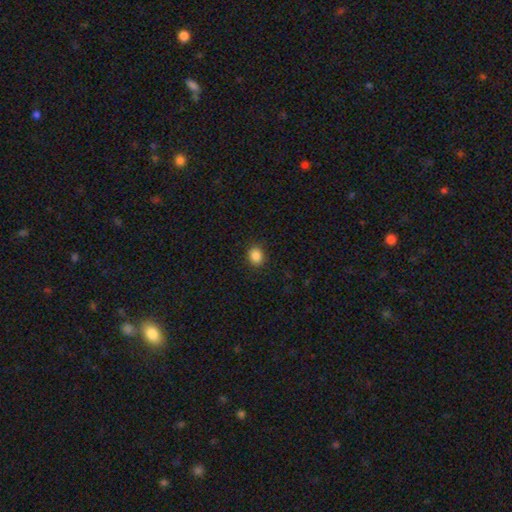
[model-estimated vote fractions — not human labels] A smooth galaxy with no disk features (87%) that is round (57%).

Vote fractions:
- Smooth or featured? smooth: 87% / star or artifact: 10% / featured or disk: 3%
- How rounded? round: 57% / in between: 42% / cigar-shaped: 1%
- Merging? none: 89% / minor disturbance: 8% / major disturbance: 2% / merger: 1%